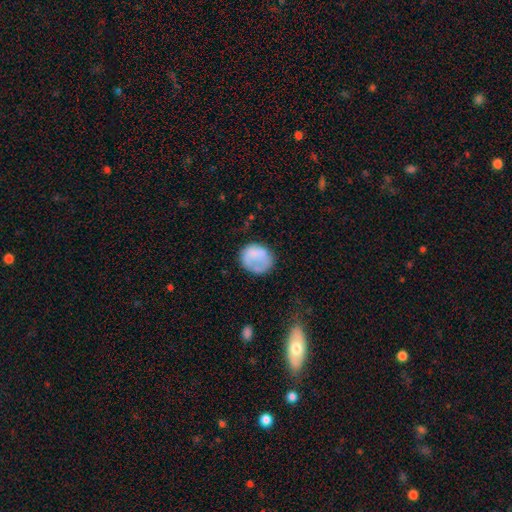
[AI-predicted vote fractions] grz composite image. It shows a smooth galaxy with no disk features (74%) that is round (80%). Merging: none (60%).